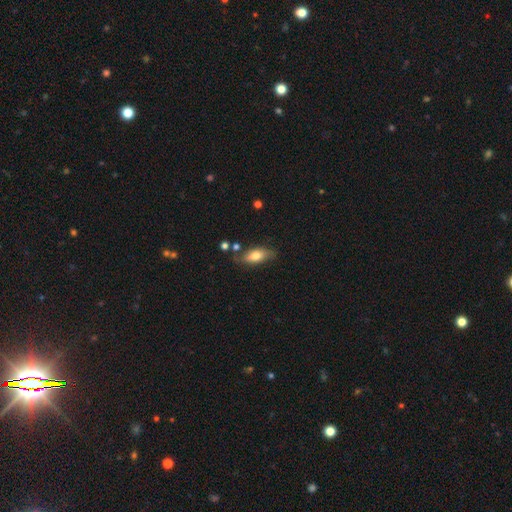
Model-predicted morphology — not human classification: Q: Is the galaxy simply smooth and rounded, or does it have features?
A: smooth — 70%.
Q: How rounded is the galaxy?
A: in between — 78%.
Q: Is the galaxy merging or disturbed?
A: none — 70%.